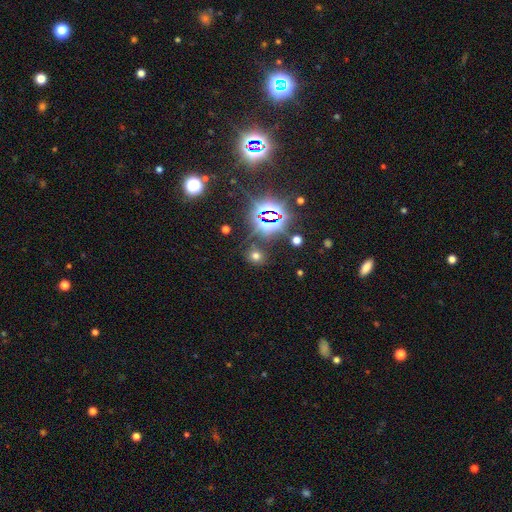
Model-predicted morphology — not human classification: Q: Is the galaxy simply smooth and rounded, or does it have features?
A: smooth — 54%.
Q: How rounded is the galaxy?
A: round — 73%.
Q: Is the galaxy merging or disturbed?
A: none — 81%.